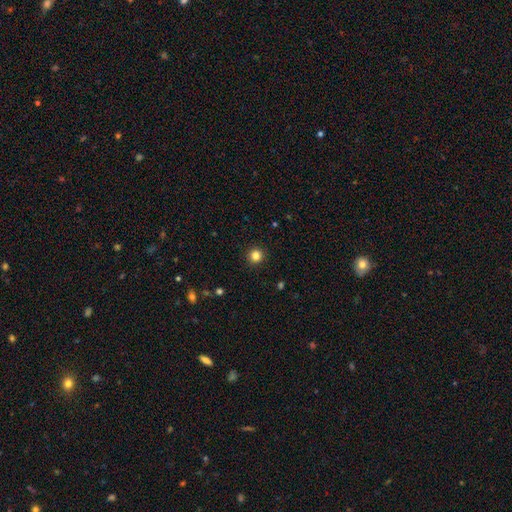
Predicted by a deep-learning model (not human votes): Smooth or featured?
  - smooth: 83% *
  - star or artifact: 13%
  - featured or disk: 5%
How rounded?
  - round: 95% *
  - in between: 4%
  - cigar-shaped: 1%
Merging?
  - none: 93% *
  - minor disturbance: 5%
  - major disturbance: 2%
  - merger: 1%